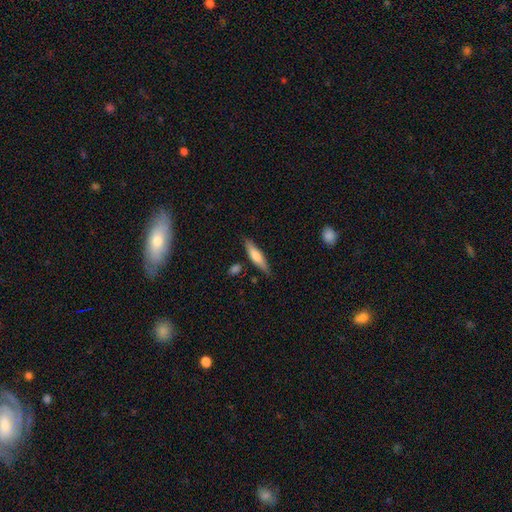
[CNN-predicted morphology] This appears to be a smooth galaxy with no disk features (65%) that is cigar-shaped (78%). Merging: none (80%).